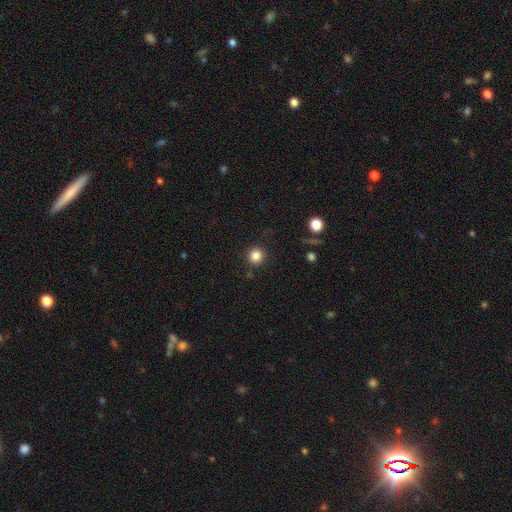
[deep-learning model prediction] Smooth or featured? smooth (85%)
How rounded? round (93%)
Merging? none (89%)